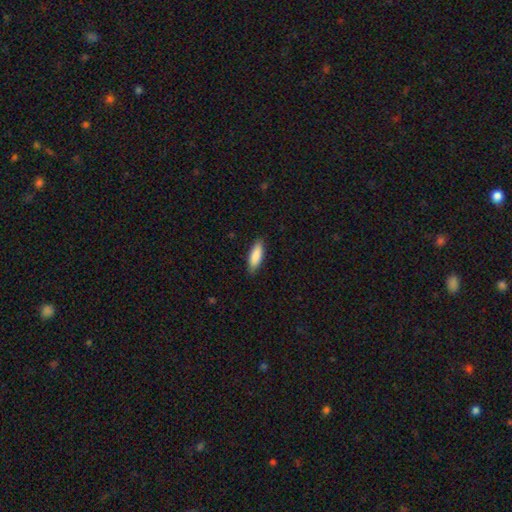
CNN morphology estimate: Smooth or featured?
  - smooth: 87% *
  - featured or disk: 8%
  - star or artifact: 5%
How rounded?
  - in between: 60% *
  - cigar-shaped: 38%
  - round: 2%
Merging?
  - none: 87% *
  - minor disturbance: 10%
  - major disturbance: 2%
  - merger: 1%